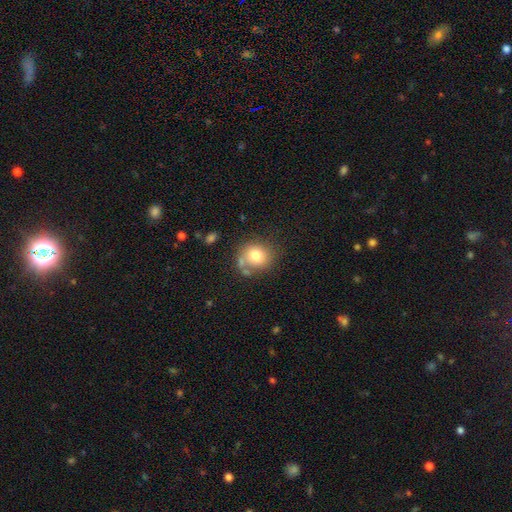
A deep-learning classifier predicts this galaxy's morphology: Smooth or featured? Predicted: smooth (p=0.76). How rounded? Predicted: round (p=0.76). Merging? Predicted: none (p=0.60).